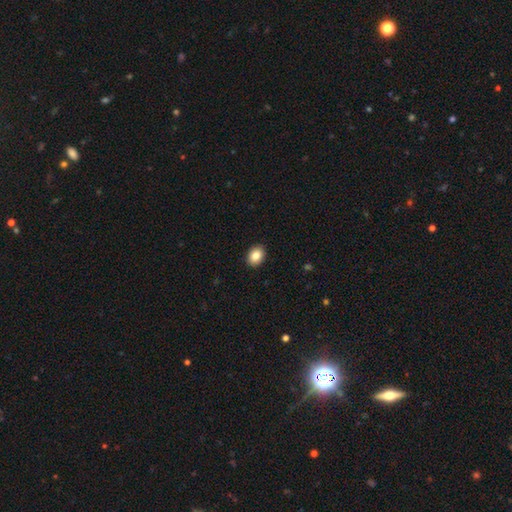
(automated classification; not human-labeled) Overall: smooth (86%). How rounded: in between (67%; round 32%). Merging: none (91%).